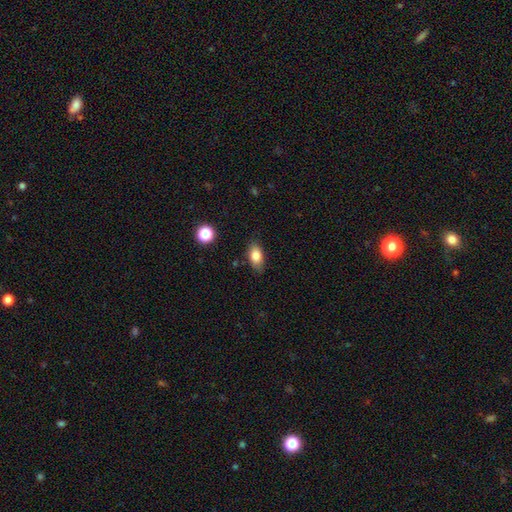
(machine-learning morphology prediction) Smooth or featured? Predicted: smooth (p=0.83). How rounded? Predicted: in between (p=0.87). Merging? Predicted: none (p=0.80).